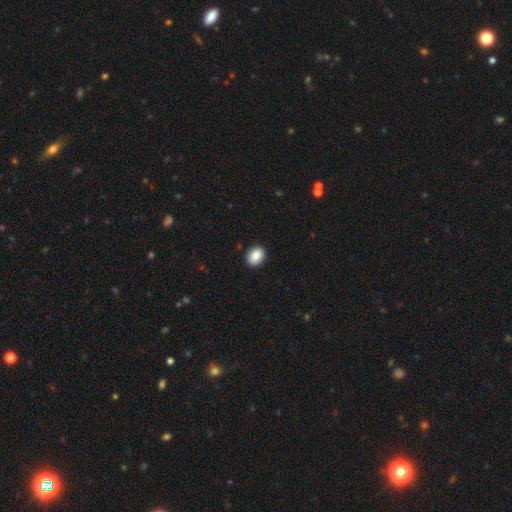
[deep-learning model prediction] Overall: smooth (87%). How rounded: in between (62%; round 37%). Merging: none (91%).